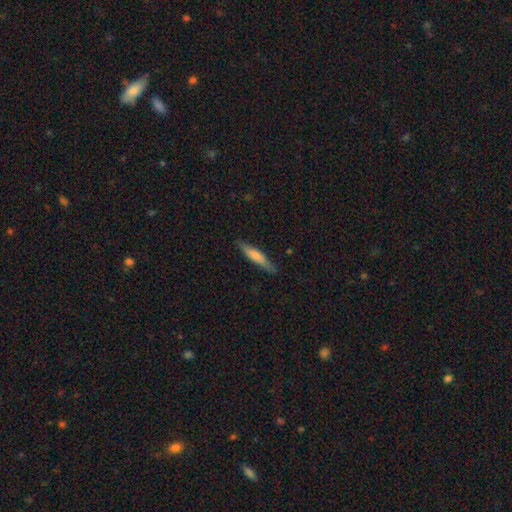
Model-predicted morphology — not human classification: A smooth galaxy with no disk features (68%) that is cigar-shaped (86%). Merging: none (83%).